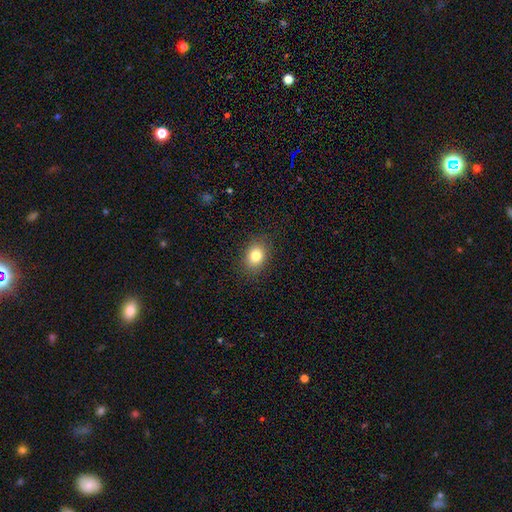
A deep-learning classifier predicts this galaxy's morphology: smooth-or-featured: smooth: 81% | star or artifact: 11% | featured or disk: 8%
  how-rounded: in between: 58% | round: 41% | cigar-shaped: 1%
  merging: none: 87% | minor disturbance: 10% | major disturbance: 3% | merger: 1%